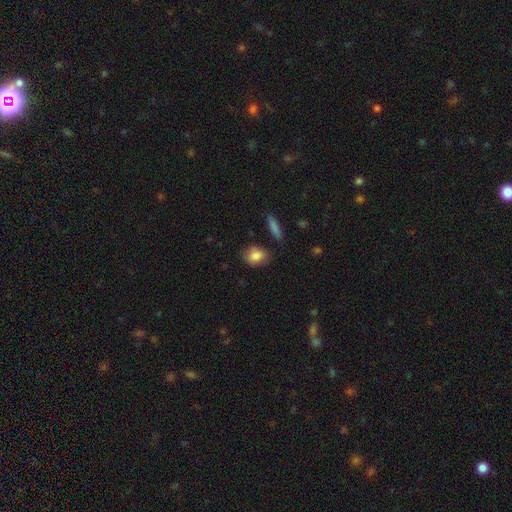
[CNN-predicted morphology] Overall: smooth (84%). How rounded: in between (66%; round 31%). Merging: none (70%).